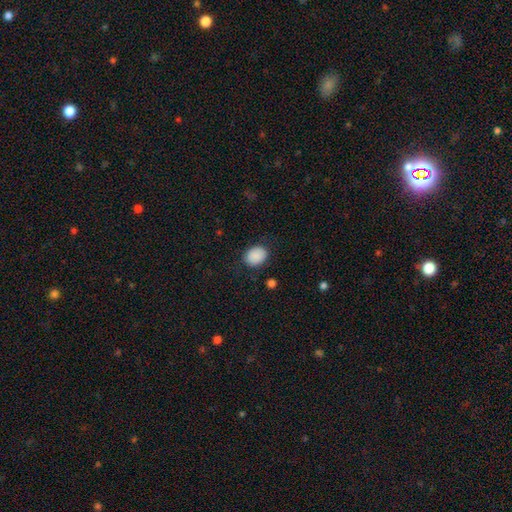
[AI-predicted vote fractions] The model was most divided on "how rounded": in between: 56%, round: 43%, cigar-shaped: 1%. More confident: smooth or featured — smooth (89%); merging — none (84%).